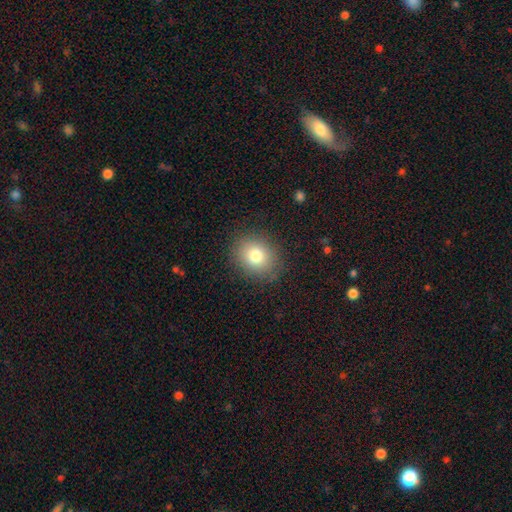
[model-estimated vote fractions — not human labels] Q: Smooth or featured?
A: smooth (78%); runner-up: star or artifact (12%)
Q: How rounded?
A: round (67%); runner-up: in between (32%)
Q: Merging?
A: none (87%); runner-up: minor disturbance (9%)